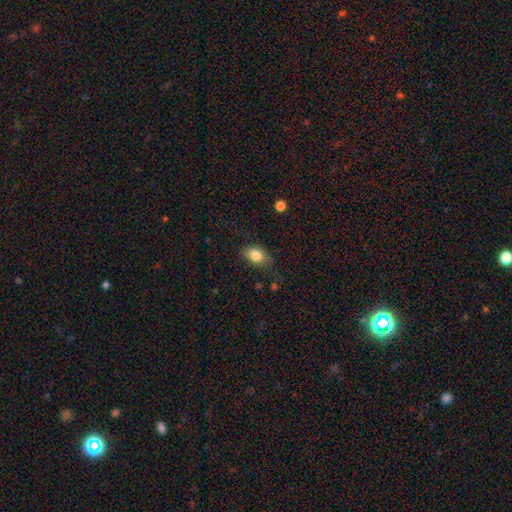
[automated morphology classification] smooth 83%, star or artifact 9%, featured or disk 8%. Down the decision tree: how rounded — in between (76%); merging — none (69%).